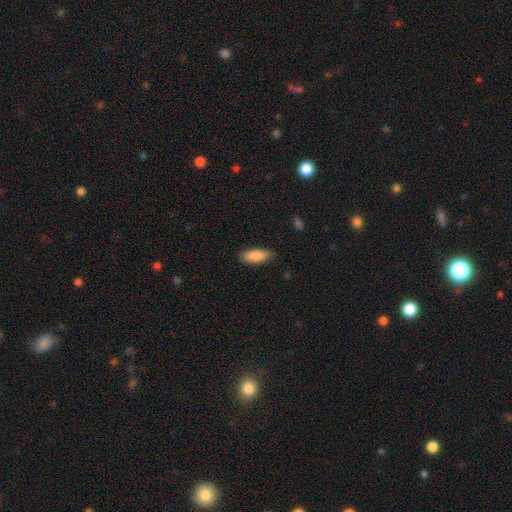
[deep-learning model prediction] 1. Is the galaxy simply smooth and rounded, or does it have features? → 88% smooth, 6% featured or disk, 6% star or artifact.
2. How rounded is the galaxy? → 80% in between, 18% cigar-shaped, 2% round.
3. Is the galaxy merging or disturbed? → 84% none, 12% minor disturbance, 2% major disturbance, 1% merger.